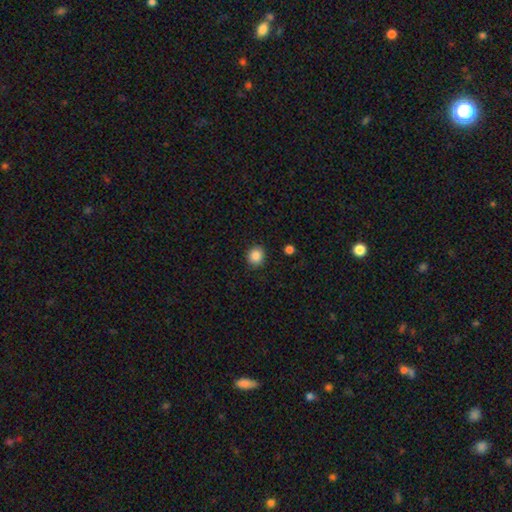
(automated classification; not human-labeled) A smooth galaxy with no disk features (87%) that is round (84%). Merging: none (90%).